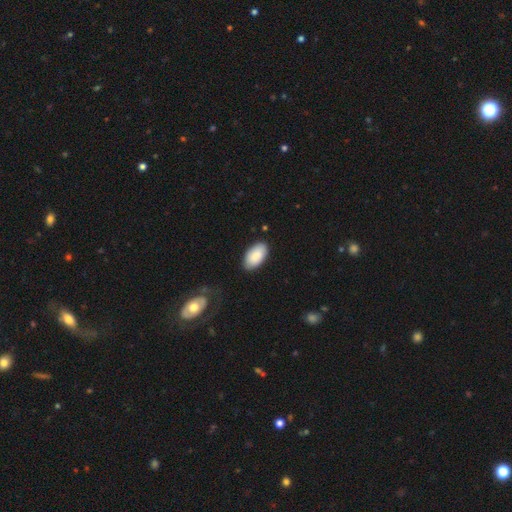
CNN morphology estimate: The model was most divided on "merging": none: 85%, minor disturbance: 12%, major disturbance: 3%, merger: 1%. More confident: how rounded — in between (96%); smooth or featured — smooth (88%).